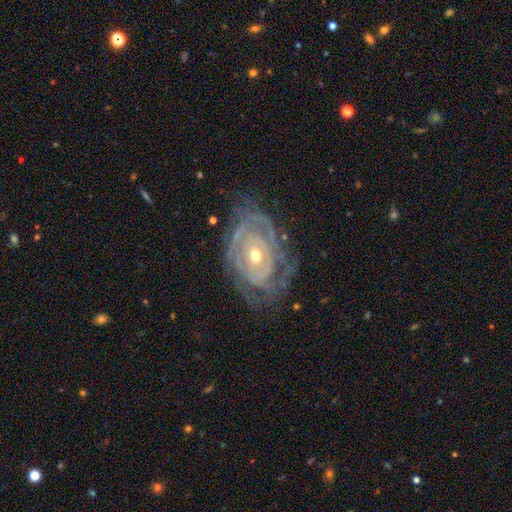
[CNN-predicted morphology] smooth-or-featured: featured or disk: 85% | smooth: 9% | star or artifact: 6%
  disk-edge-on: no: 95% | yes: 5%
    bar: no: 76% | weak: 18% | strong: 7%
    has-spiral-arms: yes: 86% | no: 14%
      spiral-winding: tight: 77% | medium: 17% | loose: 5%
      spiral-arm-count: can't tell: 45% | 2: 20% | 3: 15% | 4: 9% | more than 4: 6% | 1: 6%
    bulge-size: moderate: 55% | small: 41% | large: 2% | none: 1% | dominant: 1%
  merging: none: 66% | minor disturbance: 21% | major disturbance: 12% | merger: 1%